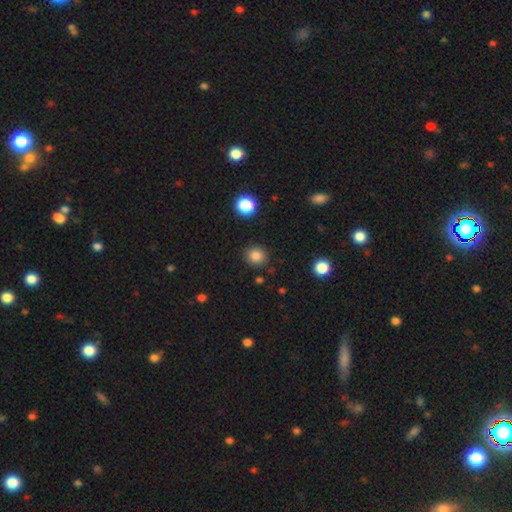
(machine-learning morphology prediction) smooth 84%, star or artifact 11%, featured or disk 4%. Down the decision tree: how rounded — round (85%); merging — none (89%).